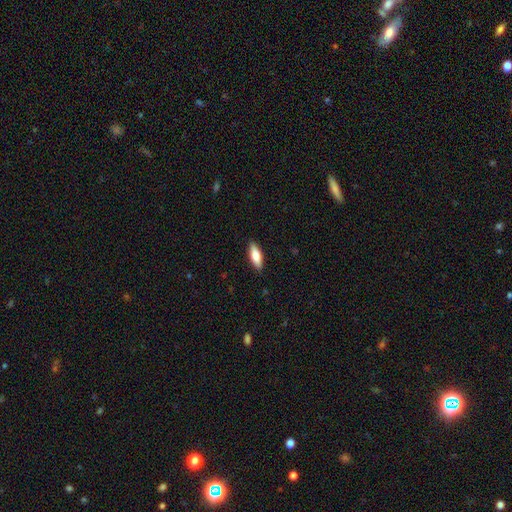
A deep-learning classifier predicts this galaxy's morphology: This is likely a smooth galaxy (69%). How rounded: likely in between (60%). Merging: clearly none (89%).